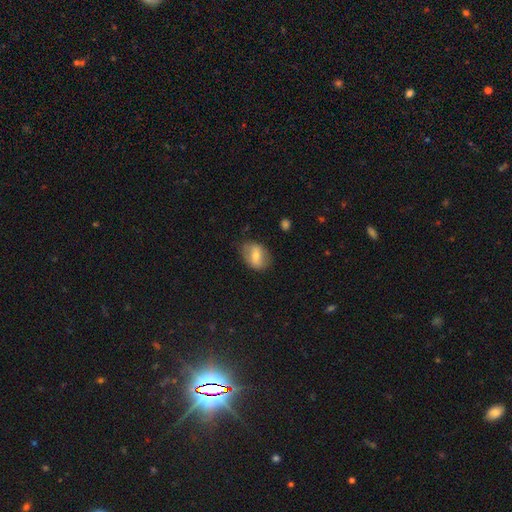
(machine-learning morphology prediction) A smooth galaxy with no disk features (61%) that is in between round and cigar-shaped (71%).

Vote fractions:
- Smooth or featured? smooth: 61% / featured or disk: 32% / star or artifact: 7%
- How rounded? in between: 71% / round: 28% / cigar-shaped: 2%
- Merging? none: 72% / minor disturbance: 20% / major disturbance: 6% / merger: 1%